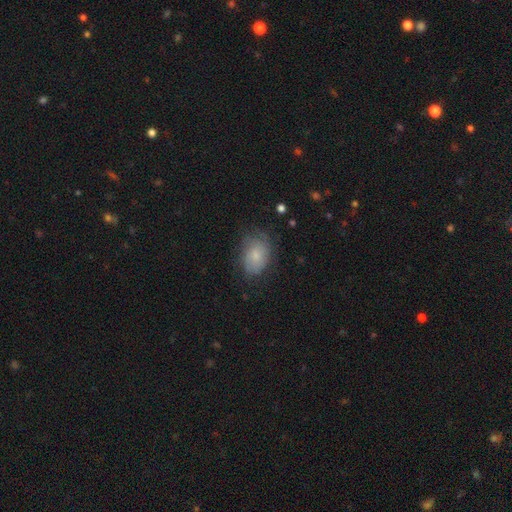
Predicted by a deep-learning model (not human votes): Morphology: type=smooth (61%); roundness=in between (79%); merging=none (61%).